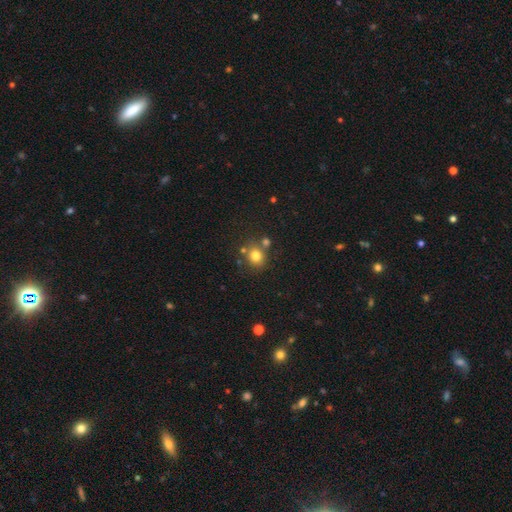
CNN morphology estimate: Smooth or featured?
  - smooth: 78% *
  - star or artifact: 13%
  - featured or disk: 8%
How rounded?
  - round: 77% *
  - in between: 22%
  - cigar-shaped: 1%
Merging?
  - none: 67% *
  - merger: 17%
  - minor disturbance: 11%
  - major disturbance: 4%